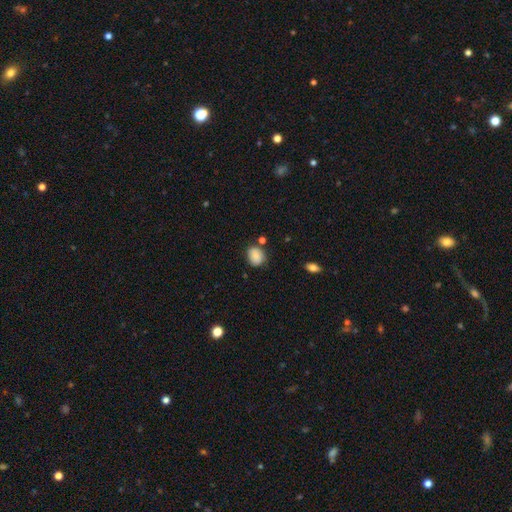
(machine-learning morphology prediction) This is clearly a smooth galaxy (84%). How rounded: possibly round (56%). Merging: likely none (73%).